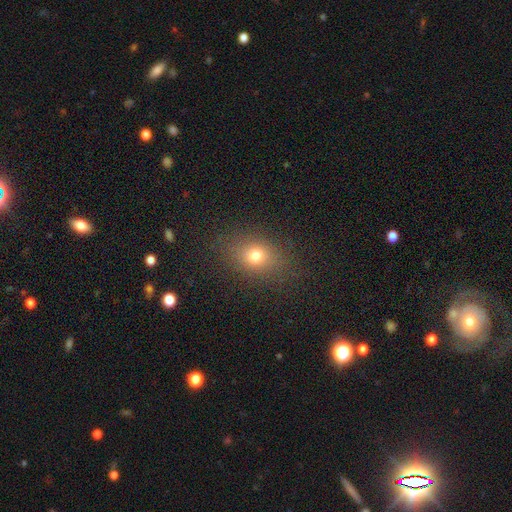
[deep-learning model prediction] Smooth or featured? Predicted: smooth (p=0.73). How rounded? Predicted: in between (p=0.54). Merging? Predicted: none (p=0.84).